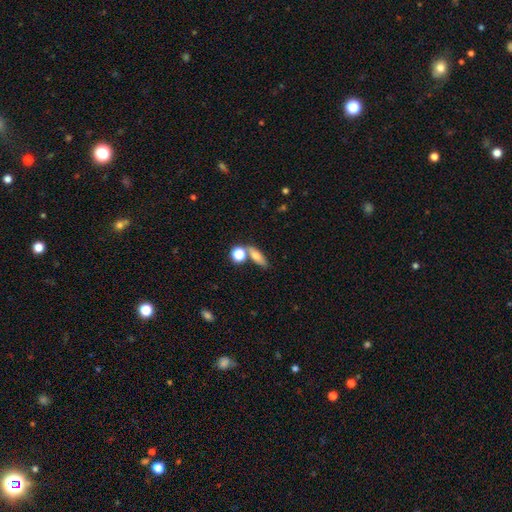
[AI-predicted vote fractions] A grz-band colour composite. It shows a smooth galaxy with no disk features (68%) that is in between round and cigar-shaped (58%). Merging: none (59%).